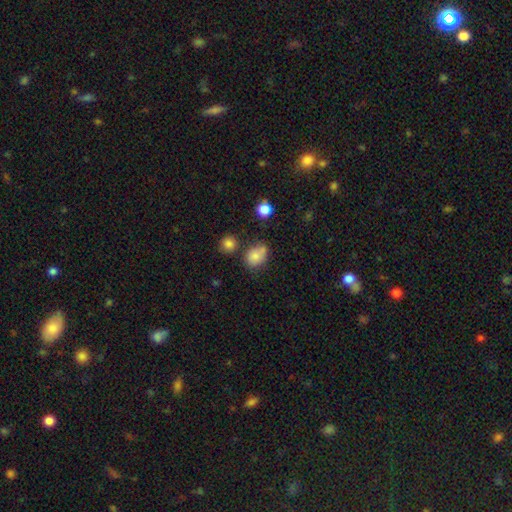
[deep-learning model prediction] A smooth galaxy with no disk features (79%) that is in between round and cigar-shaped (55%).

Vote fractions:
- Smooth or featured? smooth: 79% / star or artifact: 12% / featured or disk: 9%
- How rounded? in between: 55% / round: 44% / cigar-shaped: 1%
- Merging? none: 55% / minor disturbance: 21% / merger: 17% / major disturbance: 7%